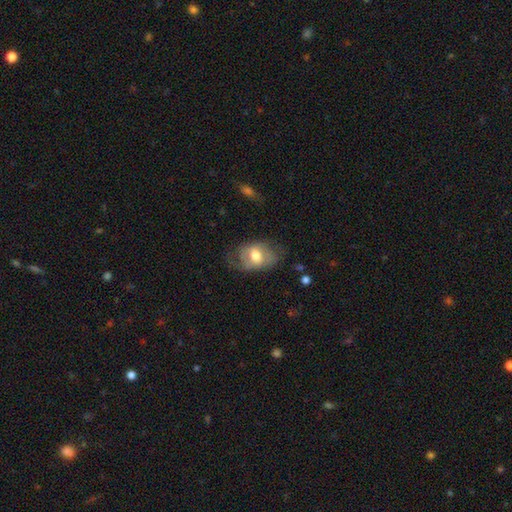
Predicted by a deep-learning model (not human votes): Smooth or featured: smooth — 55% (featured or disk — 38%)
How rounded: in between — 79% (round — 20%)
Merging: none — 53% (minor disturbance — 27%)